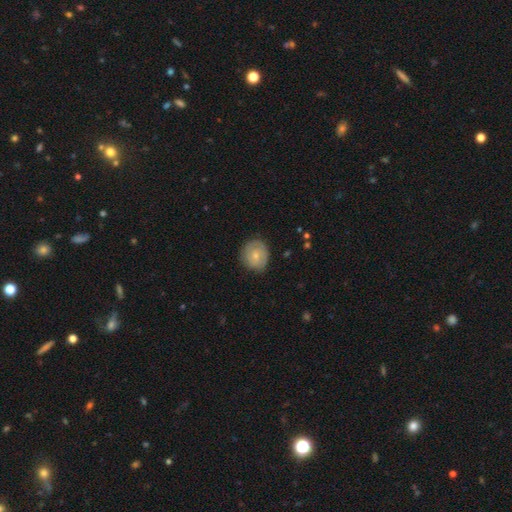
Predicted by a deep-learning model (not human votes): This appears to be a smooth galaxy with no disk features (55%) that is round (77%). Merging: none (77%).